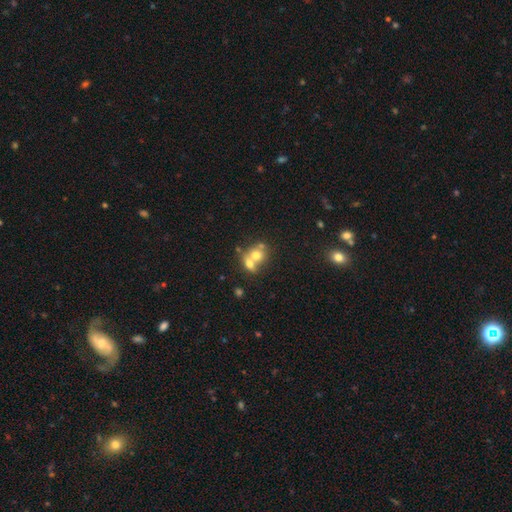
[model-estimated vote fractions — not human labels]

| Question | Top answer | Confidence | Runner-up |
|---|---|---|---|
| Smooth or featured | smooth | 66% | featured or disk (23%) |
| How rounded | round | 65% | in between (34%) |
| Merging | merger | 64% | none (26%) |